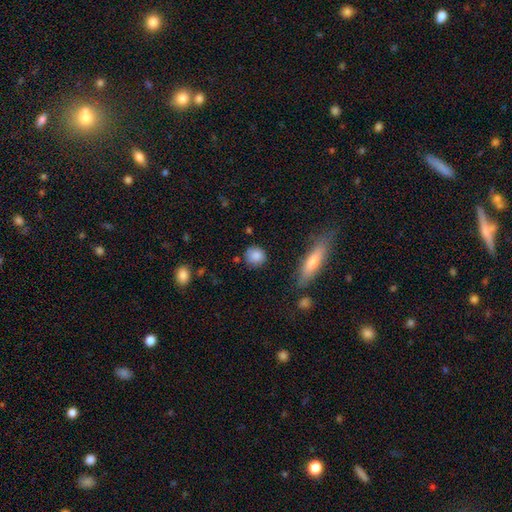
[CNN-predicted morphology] Q: Smooth or featured?
A: smooth (84%); runner-up: featured or disk (8%)
Q: How rounded?
A: round (85%); runner-up: in between (13%)
Q: Merging?
A: none (80%); runner-up: minor disturbance (14%)